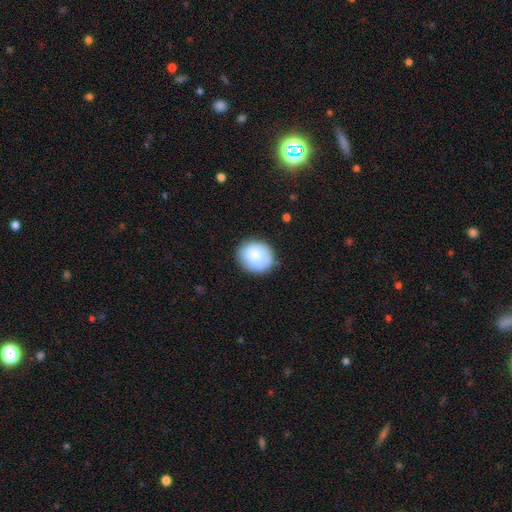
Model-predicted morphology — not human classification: smooth-or-featured: smooth: 81% | featured or disk: 12% | star or artifact: 7%
  how-rounded: round: 69% | in between: 30% | cigar-shaped: 1%
  merging: none: 80% | minor disturbance: 15% | major disturbance: 4% | merger: 1%